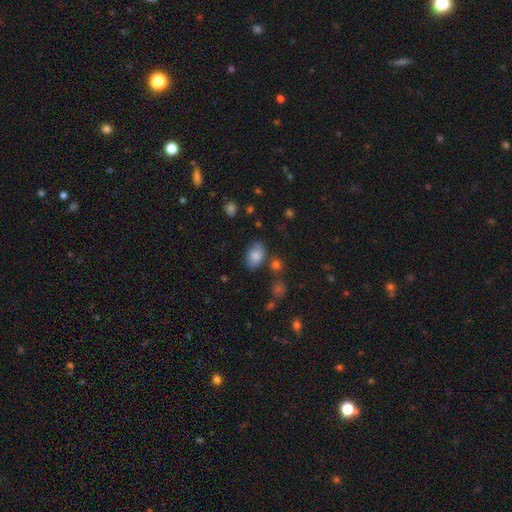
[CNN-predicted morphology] smooth-or-featured: smooth: 83% | featured or disk: 9% | star or artifact: 8%
  how-rounded: in between: 85% | round: 14% | cigar-shaped: 1%
  merging: none: 72% | minor disturbance: 18% | major disturbance: 5% | merger: 5%